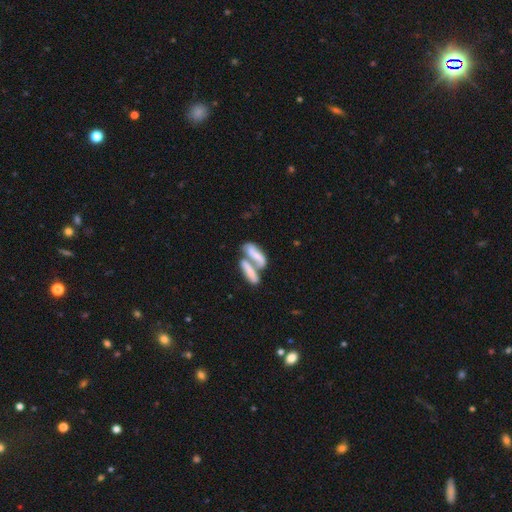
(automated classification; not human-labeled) Overall: smooth (51%; featured or disk 41%). How rounded: in between (57%; cigar-shaped 40%). Merging: merger (69%).